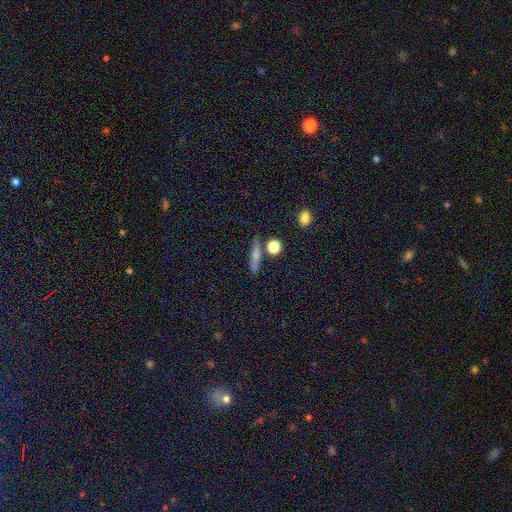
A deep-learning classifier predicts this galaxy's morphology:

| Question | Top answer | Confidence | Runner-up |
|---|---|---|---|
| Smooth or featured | smooth | 62% | featured or disk (26%) |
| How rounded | cigar-shaped | 66% | in between (21%) |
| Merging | none | 77% | minor disturbance (12%) |